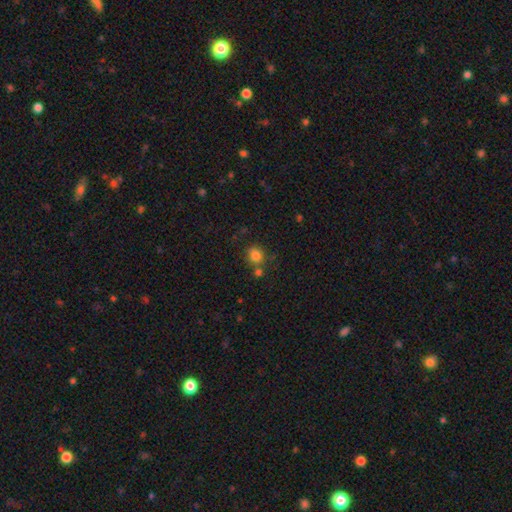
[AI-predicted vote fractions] Smooth or featured? Predicted: smooth (p=0.81). How rounded? Predicted: round (p=0.78). Merging? Predicted: none (p=0.68).